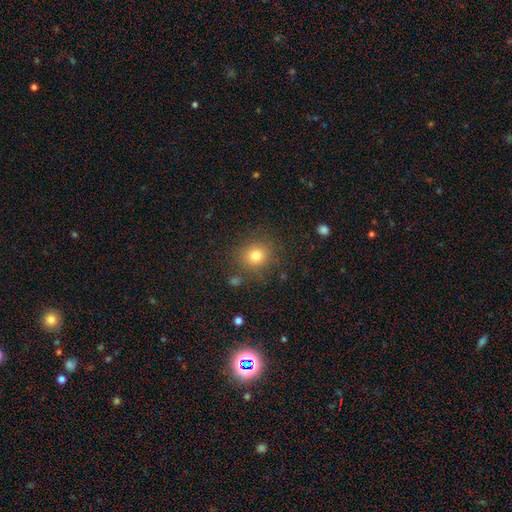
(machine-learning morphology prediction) Smooth or featured?
  - smooth: 77% *
  - star or artifact: 15%
  - featured or disk: 8%
How rounded?
  - round: 86% *
  - in between: 13%
  - cigar-shaped: 1%
Merging?
  - none: 83% *
  - minor disturbance: 10%
  - major disturbance: 4%
  - merger: 3%